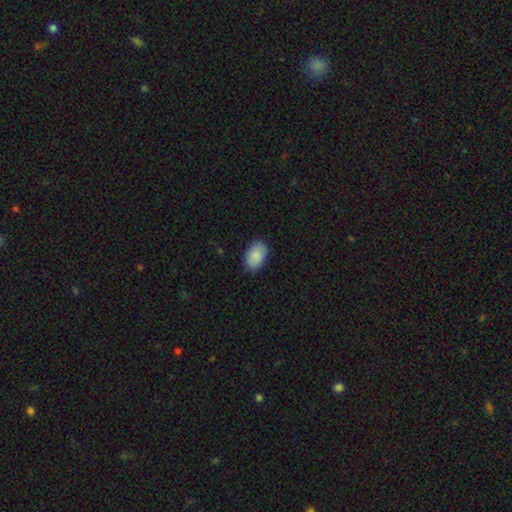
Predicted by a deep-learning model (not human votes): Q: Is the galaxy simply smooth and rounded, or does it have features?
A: smooth — 89%.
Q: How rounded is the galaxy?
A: in between — 92%.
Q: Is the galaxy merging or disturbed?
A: none — 83%.